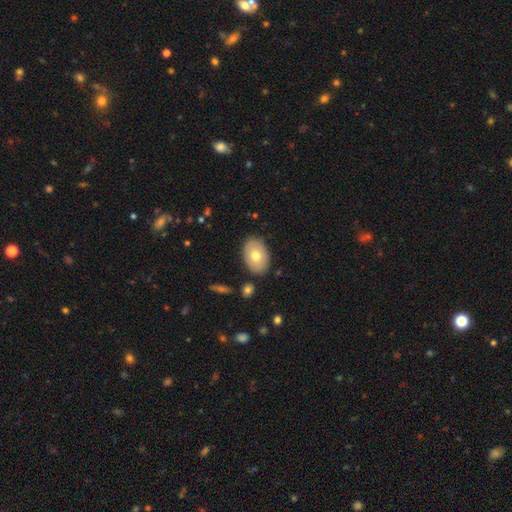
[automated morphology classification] smooth 68%, featured or disk 26%, star or artifact 7%. Down the decision tree: how rounded — in between (85%); merging — none (84%).